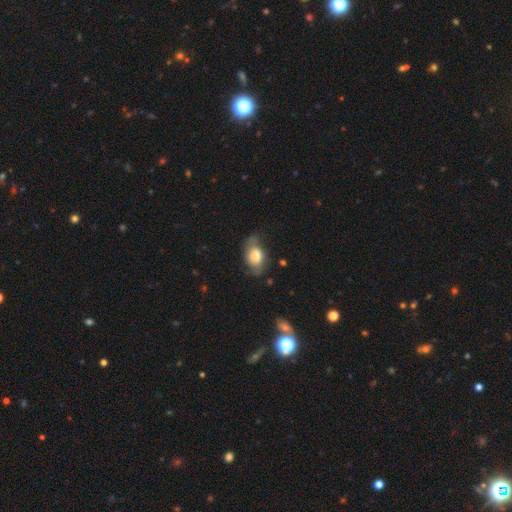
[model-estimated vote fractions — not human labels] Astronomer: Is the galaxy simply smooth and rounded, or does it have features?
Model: smooth — 69%.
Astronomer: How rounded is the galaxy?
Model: in between — 85%.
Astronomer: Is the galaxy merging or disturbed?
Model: none — 55% (runner-up: minor disturbance, 31%).